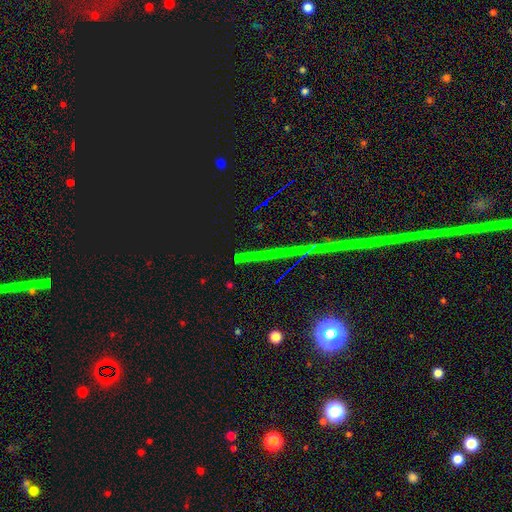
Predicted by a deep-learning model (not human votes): This appears to be a star or artifact, not a galaxy (84%).